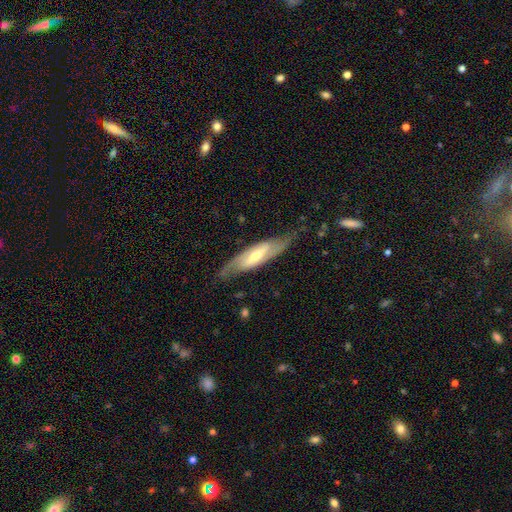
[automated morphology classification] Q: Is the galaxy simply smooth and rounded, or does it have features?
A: featured or disk — 75%.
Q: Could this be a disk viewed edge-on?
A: no — 71%.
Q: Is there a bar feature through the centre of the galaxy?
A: strong — 38%, tied with weak.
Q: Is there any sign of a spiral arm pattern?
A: yes — 86%.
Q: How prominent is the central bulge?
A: moderate — 56%.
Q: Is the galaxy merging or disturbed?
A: none — 73%.